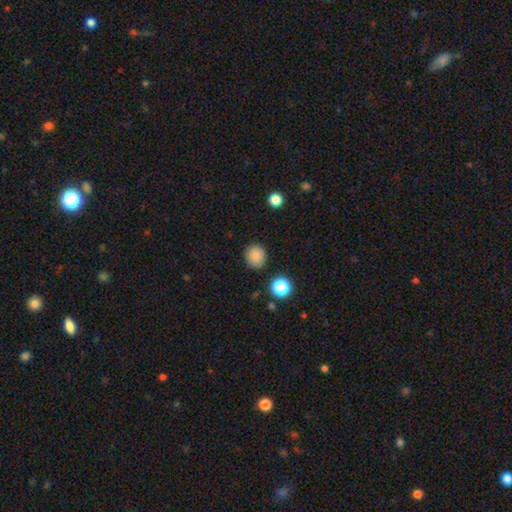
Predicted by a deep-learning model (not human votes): Smooth or featured? Predicted: smooth (p=0.85). How rounded? Predicted: round (p=0.86). Merging? Predicted: none (p=0.88).